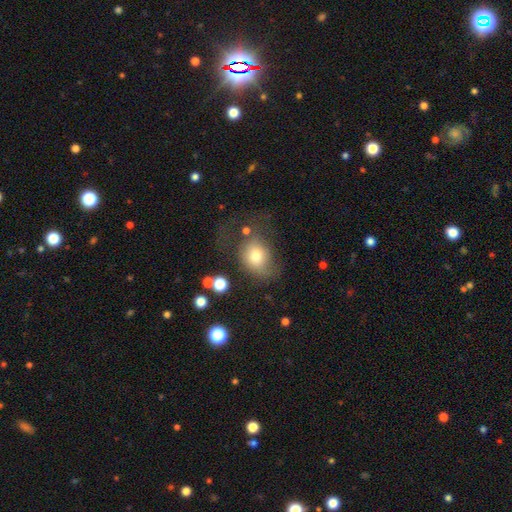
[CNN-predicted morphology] This is likely a smooth galaxy (72%). How rounded: possibly round (50%). Merging: marginally none (37%).